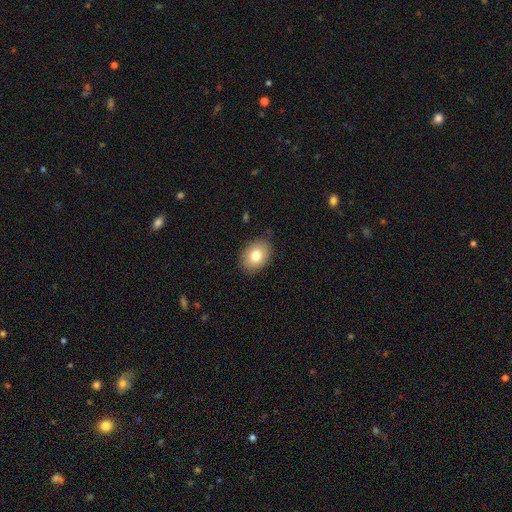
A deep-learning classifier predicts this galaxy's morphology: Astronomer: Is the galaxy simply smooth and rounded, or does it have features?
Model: smooth — 78%.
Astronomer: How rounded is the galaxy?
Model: in between — 73%.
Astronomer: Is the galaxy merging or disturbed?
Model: none — 85%.